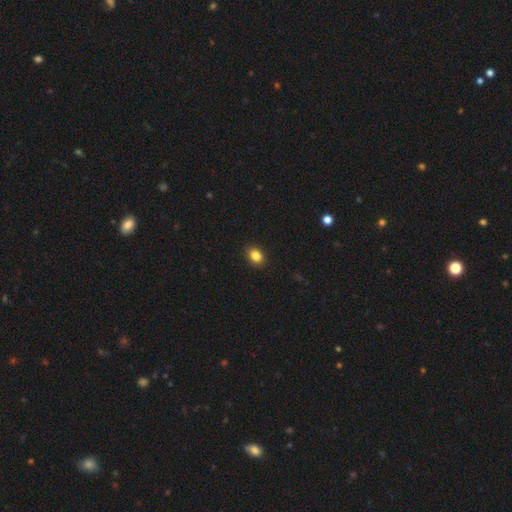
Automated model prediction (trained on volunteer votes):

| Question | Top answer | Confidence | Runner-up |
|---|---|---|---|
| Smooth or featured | smooth | 86% | star or artifact (10%) |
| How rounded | in between | 58% | round (41%) |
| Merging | none | 90% | minor disturbance (7%) |